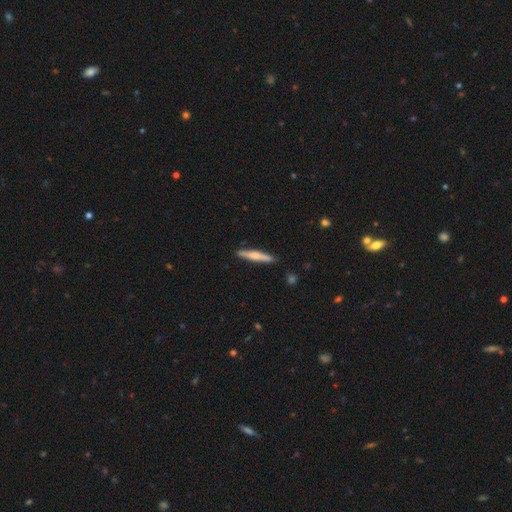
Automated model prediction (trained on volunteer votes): A smooth galaxy with no disk features (55%) that is cigar-shaped (93%).

Vote fractions:
- Smooth or featured? smooth: 55% / featured or disk: 39% / star or artifact: 5%
- How rounded? cigar-shaped: 93% / in between: 6% / round: 2%
- Merging? none: 89% / minor disturbance: 8% / major disturbance: 1% / merger: 1%